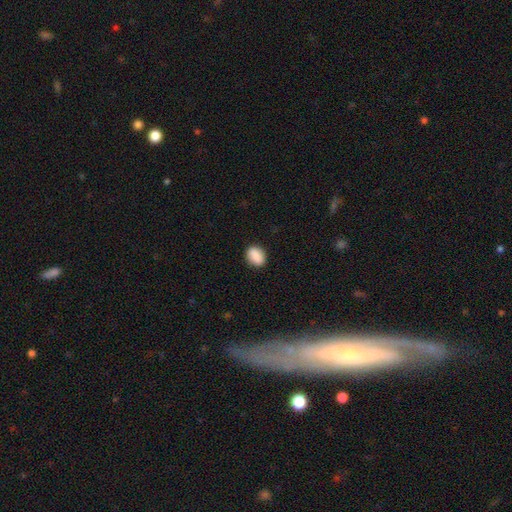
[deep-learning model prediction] smooth_or_featured: smooth (p=0.89) [alt: star or artifact p=0.07]
how_rounded: in between (p=0.66) [alt: round p=0.33]
merging: none (p=0.86) [alt: minor disturbance p=0.10]